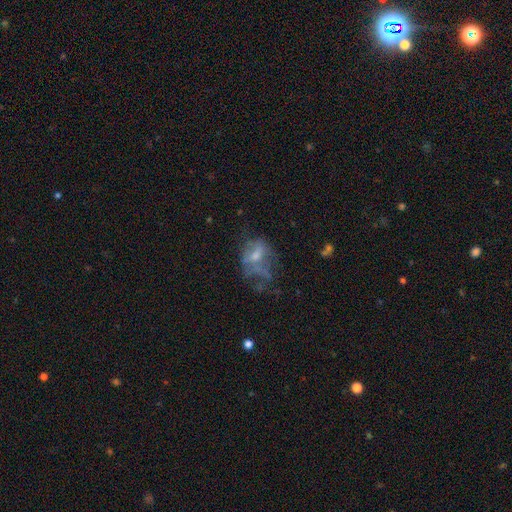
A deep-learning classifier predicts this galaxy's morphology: This appears to be a featured or disk galaxy (49%). Merging: major disturbance (38%).